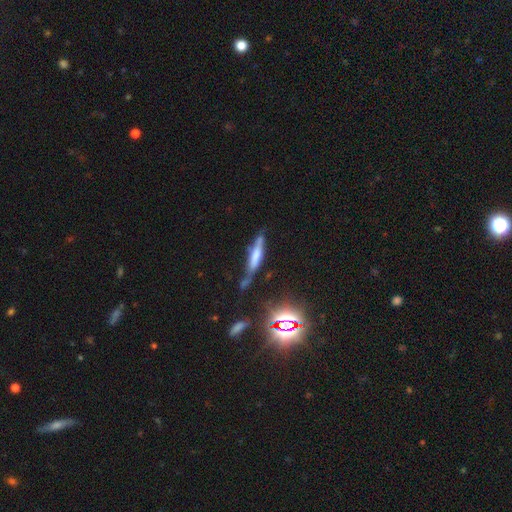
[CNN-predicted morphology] The model was most divided on "smooth or featured": smooth: 46%, featured or disk: 41%, star or artifact: 13%. Remaining: merging — none (46%).